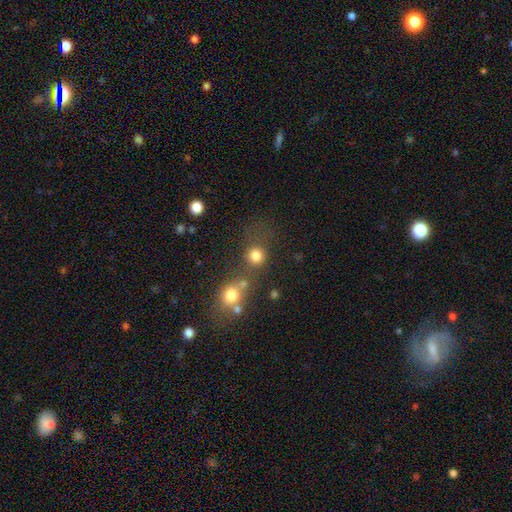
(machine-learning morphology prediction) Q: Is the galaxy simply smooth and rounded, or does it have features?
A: smooth — 79%.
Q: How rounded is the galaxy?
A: round — 86%.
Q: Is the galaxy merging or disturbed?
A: none — 55%.